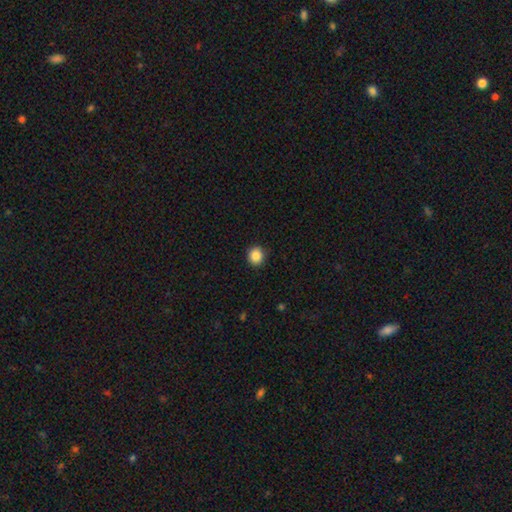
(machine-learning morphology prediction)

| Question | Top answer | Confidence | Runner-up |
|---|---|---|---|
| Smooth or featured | smooth | 86% | star or artifact (10%) |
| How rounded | round | 87% | in between (12%) |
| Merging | none | 91% | minor disturbance (6%) |